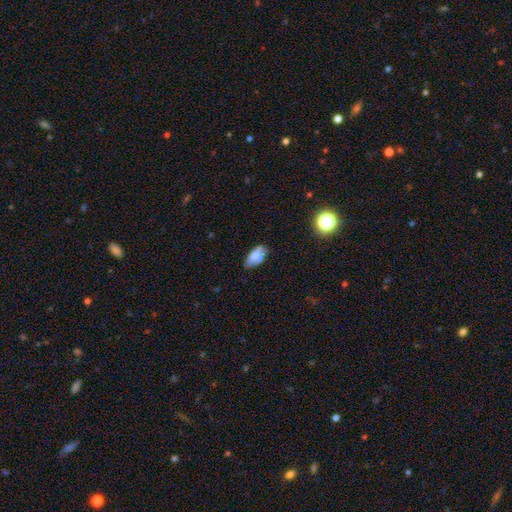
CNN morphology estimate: Smooth or featured?
  - smooth: 70% *
  - featured or disk: 20%
  - star or artifact: 9%
How rounded?
  - in between: 92% *
  - cigar-shaped: 5%
  - round: 3%
Merging?
  - none: 62% *
  - minor disturbance: 29%
  - major disturbance: 6%
  - merger: 3%